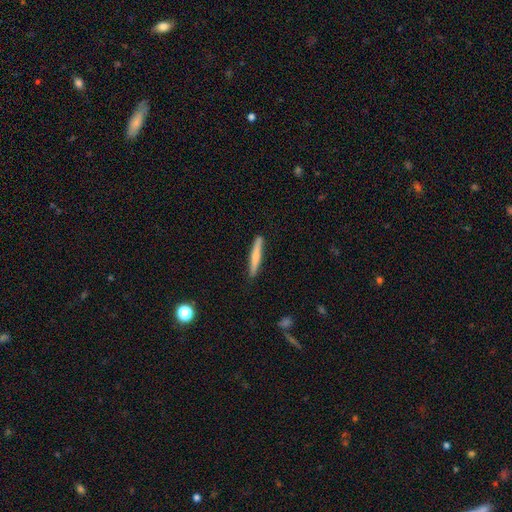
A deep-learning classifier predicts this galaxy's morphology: smooth 64%, featured or disk 30%, star or artifact 5%. Down the decision tree: how rounded — cigar-shaped (95%); merging — none (90%).